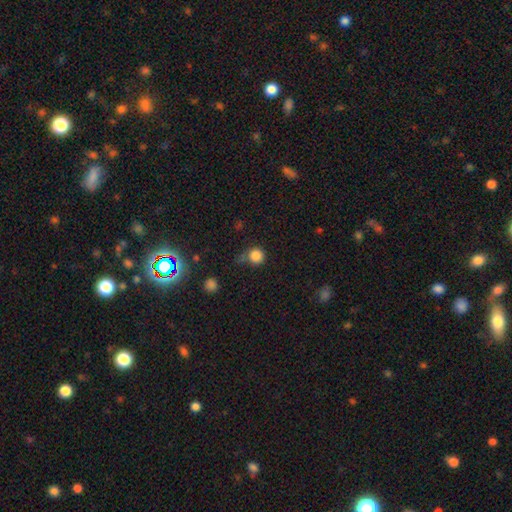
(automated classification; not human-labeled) smooth-or-featured: smooth: 83% | star or artifact: 12% | featured or disk: 5%
  how-rounded: round: 92% | in between: 7% | cigar-shaped: 1%
  merging: none: 63% | minor disturbance: 20% | merger: 9% | major disturbance: 8%